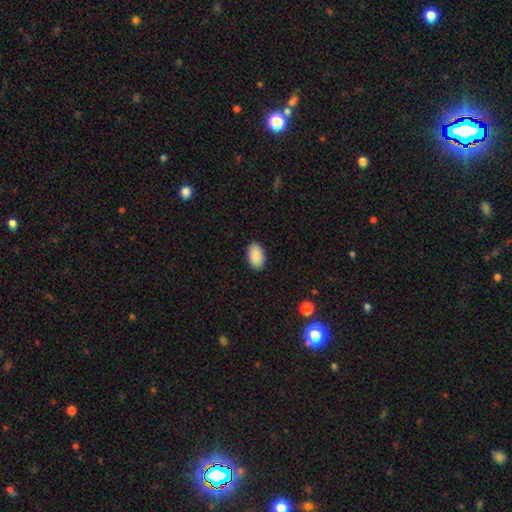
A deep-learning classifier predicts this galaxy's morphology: type=smooth (91%); roundness=in between (94%); merging=none (90%).